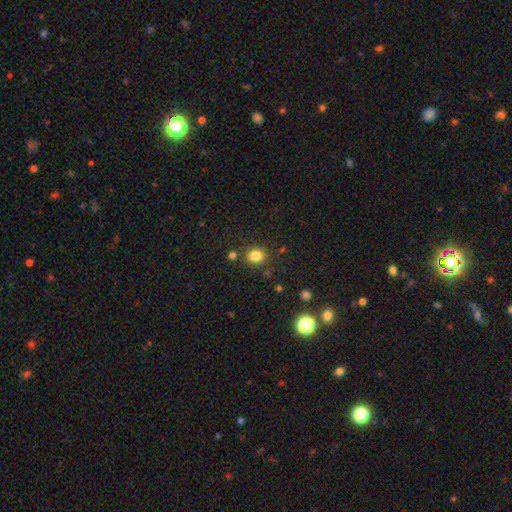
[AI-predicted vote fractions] smooth 82%, star or artifact 13%, featured or disk 6%. Down the decision tree: how rounded — round (70%); merging — none (83%).